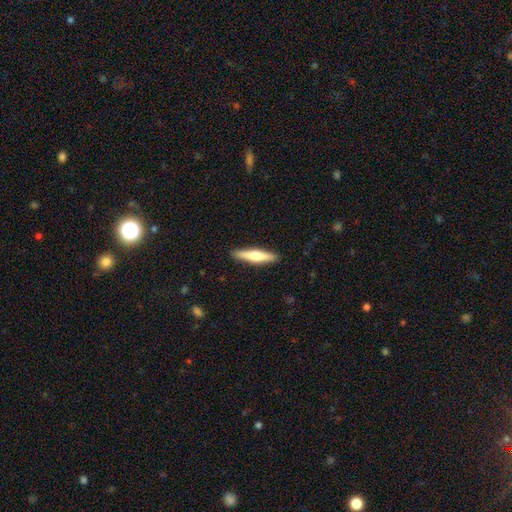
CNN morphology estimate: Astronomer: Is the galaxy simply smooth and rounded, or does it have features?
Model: smooth — 50% (runner-up: featured or disk, 45%).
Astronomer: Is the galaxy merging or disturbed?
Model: none — 91%.